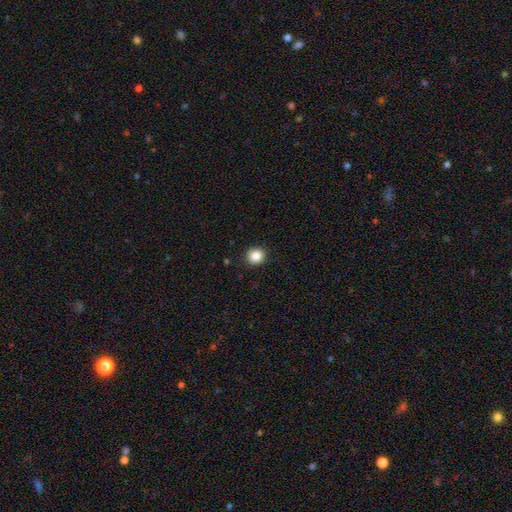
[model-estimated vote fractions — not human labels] Morphology: type=smooth (86%); roundness=round (88%); merging=none (91%).